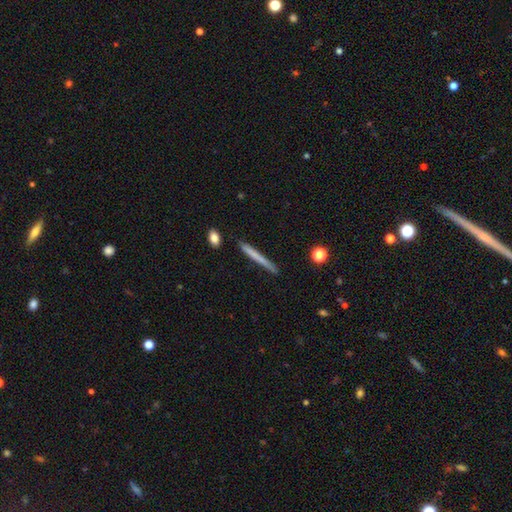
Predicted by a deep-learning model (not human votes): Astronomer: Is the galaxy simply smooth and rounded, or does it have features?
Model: smooth — 60%.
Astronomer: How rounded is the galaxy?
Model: cigar-shaped — 97%.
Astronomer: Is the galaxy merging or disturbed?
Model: none — 87%.